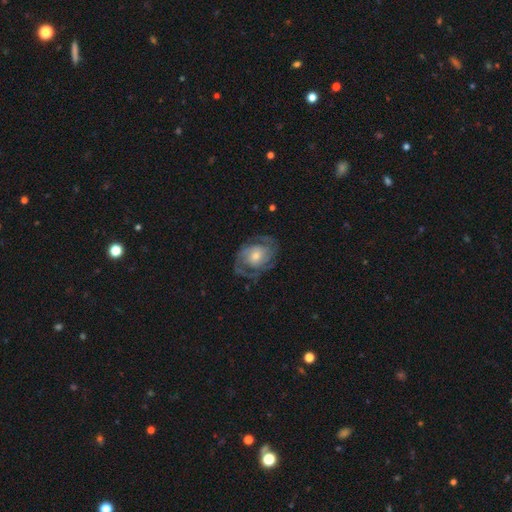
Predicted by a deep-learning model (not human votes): featured or disk 81%, smooth 12%, star or artifact 6%. Down the decision tree: edge-on disk — no (97%); bar — no (67%); spiral arms — yes (93%); spiral arm count — 2 (56%); spiral winding — tight (46%); bulge size — moderate (53%); merging — none (71%).